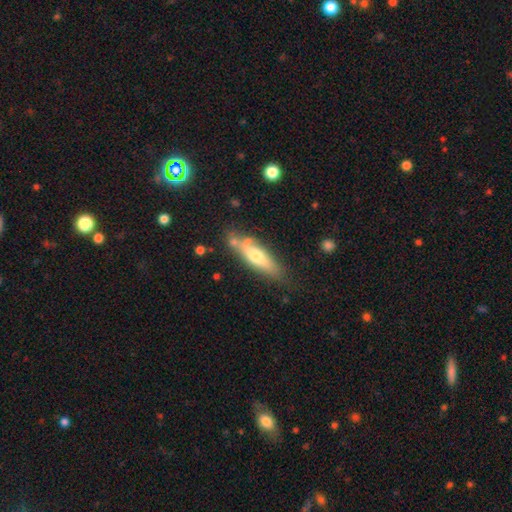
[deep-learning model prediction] smooth-or-featured: smooth: 53% | featured or disk: 40% | star or artifact: 7%
  how-rounded: cigar-shaped: 58% | in between: 40% | round: 2%
  merging: none: 62% | minor disturbance: 22% | merger: 10% | major disturbance: 6%